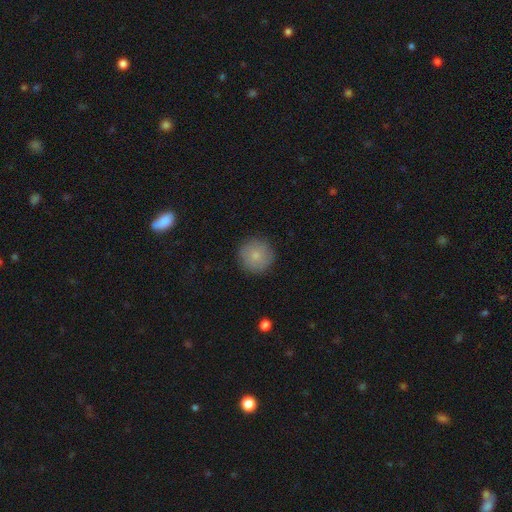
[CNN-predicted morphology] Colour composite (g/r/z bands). It shows a smooth galaxy with no disk features (81%) that is round (96%). Merging: none (89%).